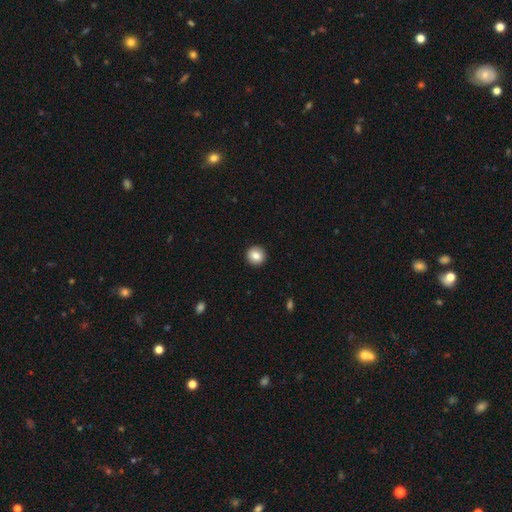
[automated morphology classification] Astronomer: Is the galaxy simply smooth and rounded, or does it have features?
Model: smooth — 85%.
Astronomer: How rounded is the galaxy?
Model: round — 93%.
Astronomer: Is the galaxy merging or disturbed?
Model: none — 93%.